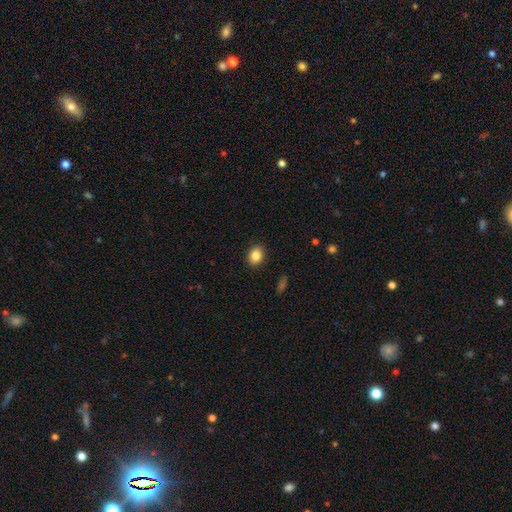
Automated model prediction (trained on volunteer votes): This appears to be a smooth galaxy with no disk features (86%) that is in between round and cigar-shaped (59%). Merging: none (89%).